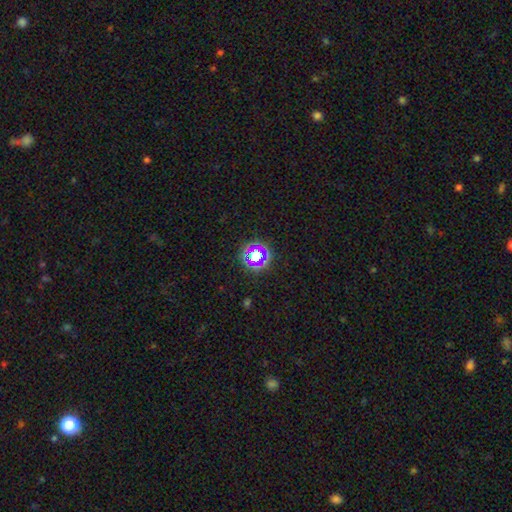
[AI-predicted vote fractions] This appears to be a star or artifact, not a galaxy (61%).